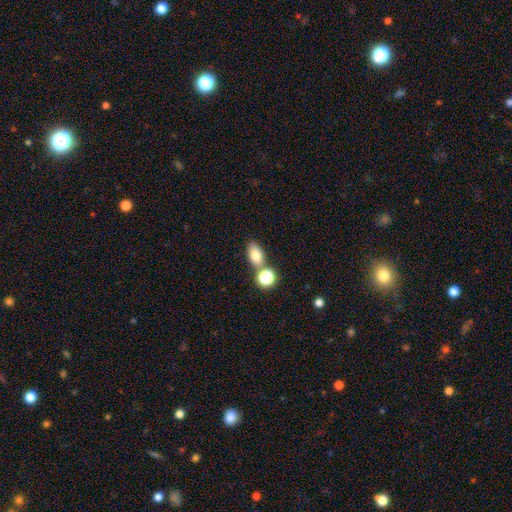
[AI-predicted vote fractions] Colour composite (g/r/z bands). It shows a smooth galaxy with no disk features (78%) that is in between round and cigar-shaped (80%). Merging: none (59%).